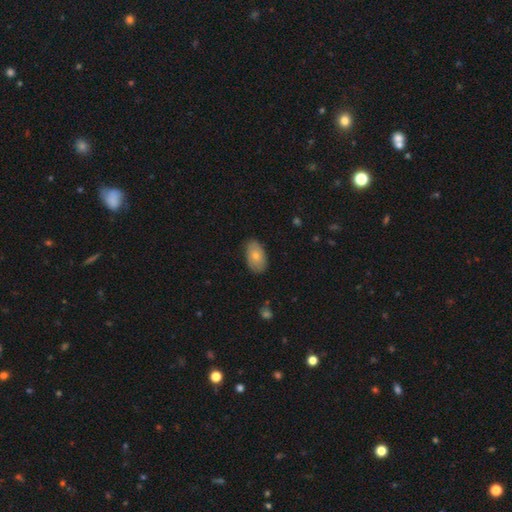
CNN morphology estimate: Smooth or featured? smooth (75%)
How rounded? in between (92%)
Merging? none (81%)